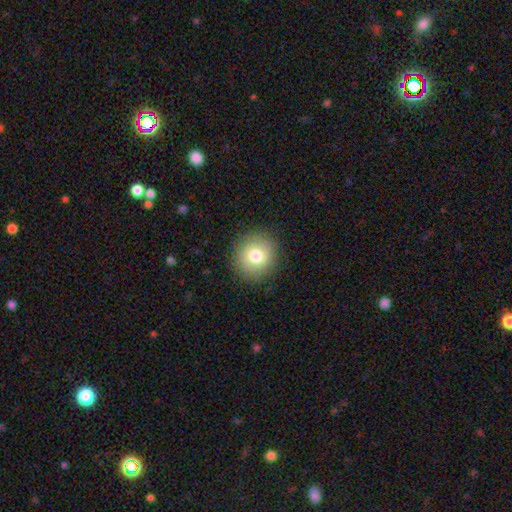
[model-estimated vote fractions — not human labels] smooth_or_featured: smooth (p=0.79) [alt: featured or disk p=0.11]
how_rounded: round (p=0.91) [alt: in between p=0.08]
merging: none (p=0.90) [alt: minor disturbance p=0.07]